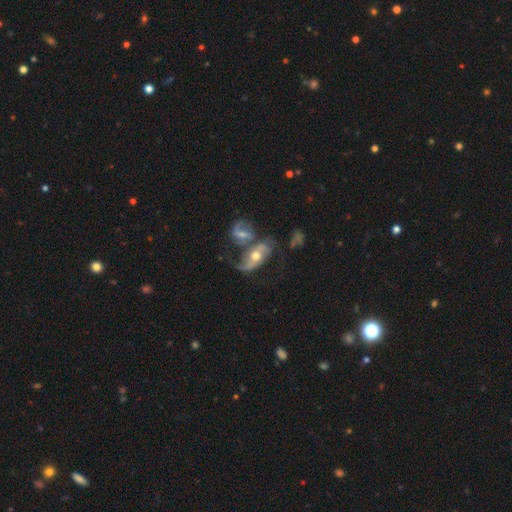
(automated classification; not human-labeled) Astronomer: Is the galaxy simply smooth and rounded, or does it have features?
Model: featured or disk — 72%.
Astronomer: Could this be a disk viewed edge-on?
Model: no — 92%.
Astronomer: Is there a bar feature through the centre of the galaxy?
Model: no — 49% (runner-up: weak, 31%).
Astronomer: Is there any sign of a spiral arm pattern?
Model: yes — 81%.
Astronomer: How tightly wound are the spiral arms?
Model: loose — 56% (runner-up: medium, 33%).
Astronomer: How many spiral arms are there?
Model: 2 — 77%.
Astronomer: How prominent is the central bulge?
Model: moderate — 69%.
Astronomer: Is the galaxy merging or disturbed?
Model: merger — 48% (runner-up: none, 24%).